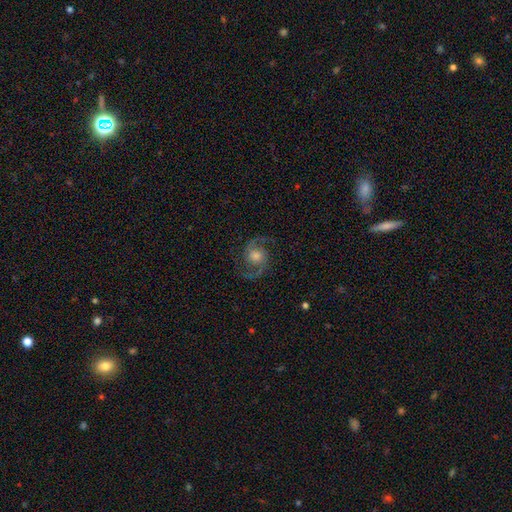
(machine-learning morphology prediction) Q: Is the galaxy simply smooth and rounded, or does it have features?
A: featured or disk — 89%.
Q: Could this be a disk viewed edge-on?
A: no — 98%.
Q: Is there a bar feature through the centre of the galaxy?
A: no — 67%.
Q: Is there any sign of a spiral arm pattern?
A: yes — 98%.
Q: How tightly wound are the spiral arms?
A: medium — 61%.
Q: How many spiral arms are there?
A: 2 — 94%.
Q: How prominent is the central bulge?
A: moderate — 56%.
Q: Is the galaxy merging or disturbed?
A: none — 83%.